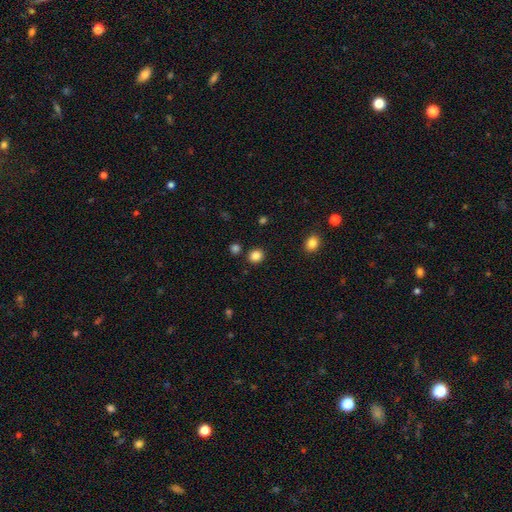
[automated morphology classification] Overall: smooth (85%). How rounded: round (78%). Merging: none (87%).